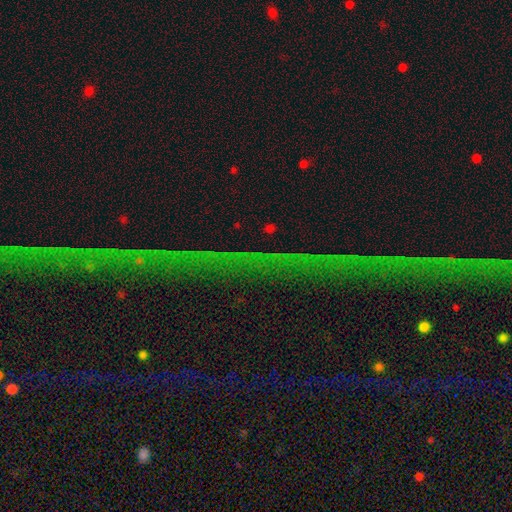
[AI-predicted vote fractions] The model was most divided on "smooth or featured": star or artifact: 83%, featured or disk: 10%, smooth: 7%.